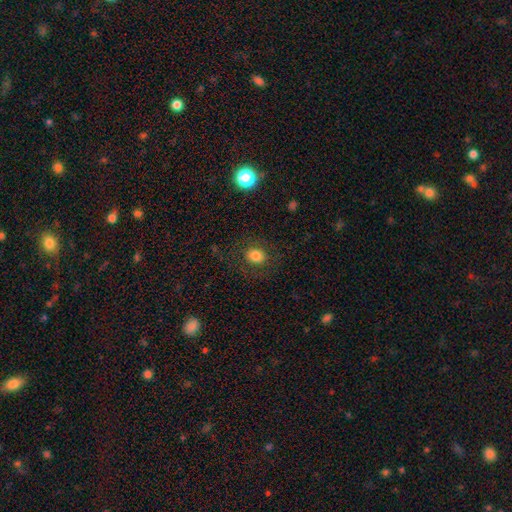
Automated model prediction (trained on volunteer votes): Smooth or featured: smooth — 77% (star or artifact — 12%)
How rounded: round — 65% (in between — 34%)
Merging: none — 82% (minor disturbance — 10%)